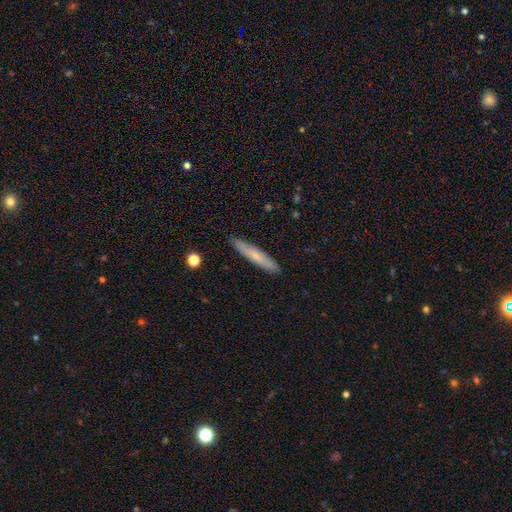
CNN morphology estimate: smooth-or-featured: smooth: 62% | featured or disk: 32% | star or artifact: 6%
  how-rounded: cigar-shaped: 92% | in between: 7% | round: 1%
  merging: none: 88% | minor disturbance: 9% | major disturbance: 2% | merger: 1%